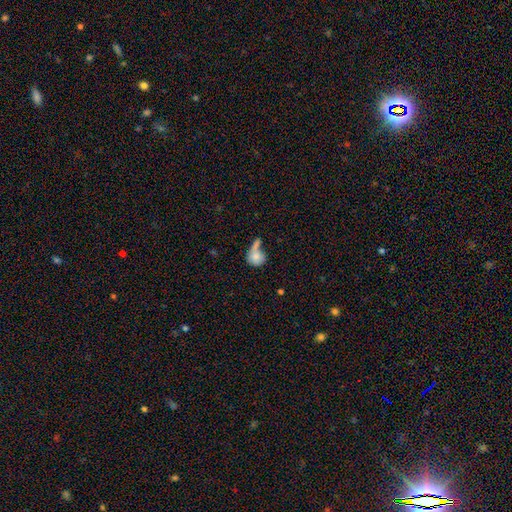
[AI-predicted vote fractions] This is likely a smooth galaxy (72%). How rounded: likely round (68%). Merging: marginally merger (38%).